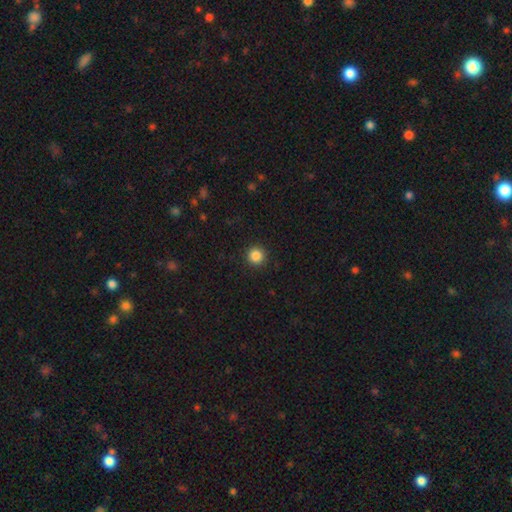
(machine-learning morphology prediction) A smooth galaxy with no disk features (87%) that is round (96%). Merging: none (93%).